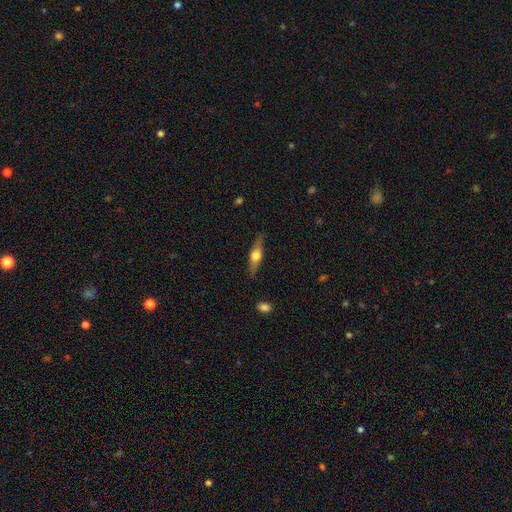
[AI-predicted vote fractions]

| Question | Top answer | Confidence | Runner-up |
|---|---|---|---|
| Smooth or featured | featured or disk | 50% | smooth (44%) |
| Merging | none | 83% | minor disturbance (12%) |